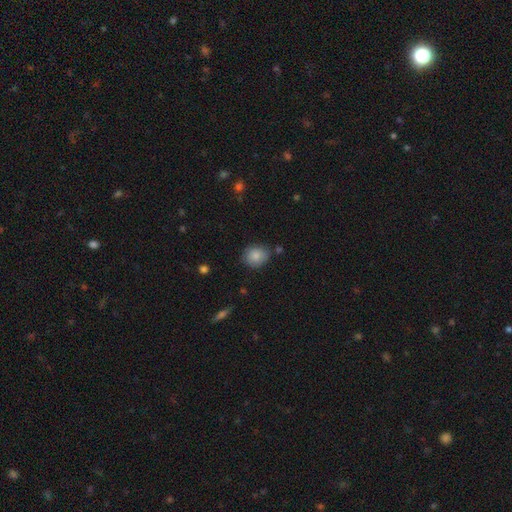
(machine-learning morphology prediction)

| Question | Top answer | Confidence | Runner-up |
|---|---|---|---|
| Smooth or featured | smooth | 85% | star or artifact (8%) |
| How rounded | round | 69% | in between (30%) |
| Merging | none | 79% | minor disturbance (15%) |